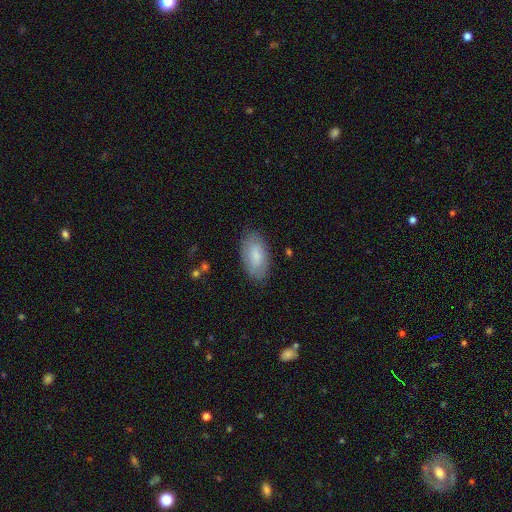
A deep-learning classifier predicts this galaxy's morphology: This appears to be a smooth galaxy with no disk features (74%) that is in between round and cigar-shaped (94%). Merging: none (81%).